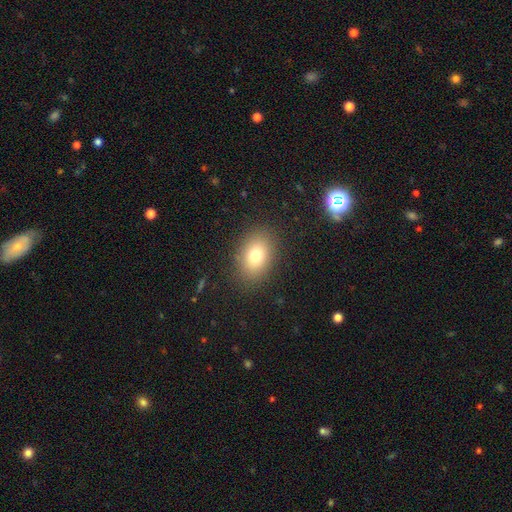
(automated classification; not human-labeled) This appears to be a smooth galaxy with no disk features (77%) that is in between round and cigar-shaped (74%). Merging: none (86%).